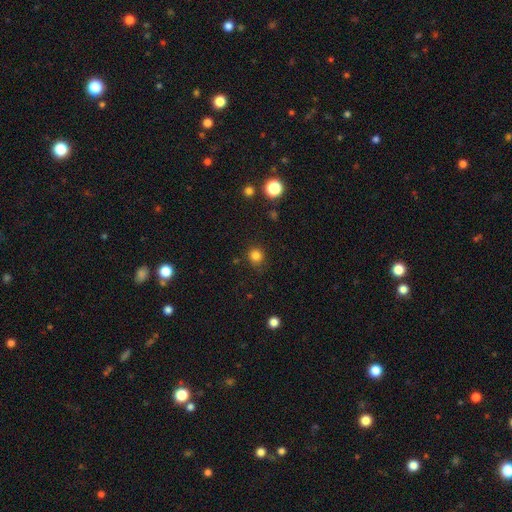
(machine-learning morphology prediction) type=smooth (82%); roundness=round (90%); merging=none (83%).